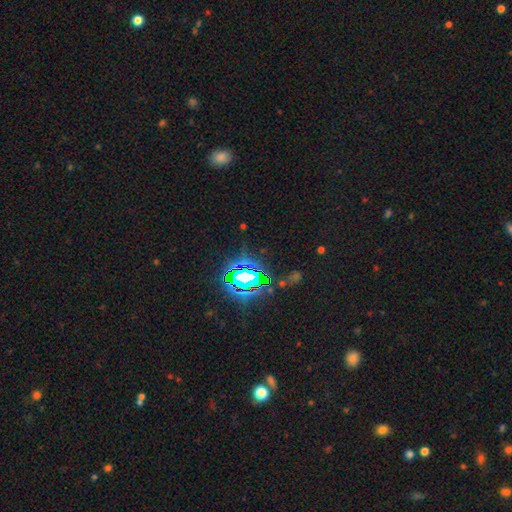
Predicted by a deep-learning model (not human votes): smooth-or-featured: star or artifact: 81% | smooth: 12% | featured or disk: 7%